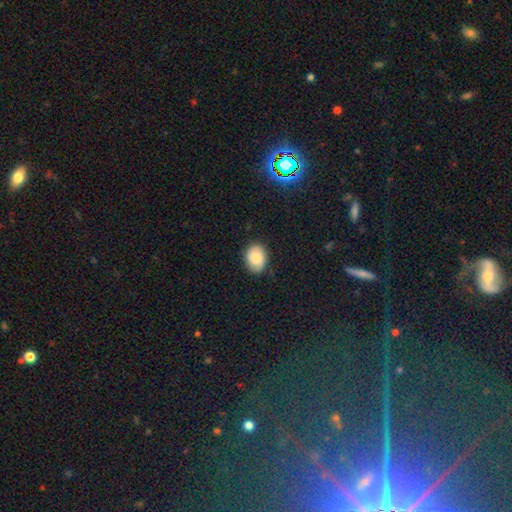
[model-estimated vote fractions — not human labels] smooth 76%, featured or disk 16%, star or artifact 8%. Down the decision tree: how rounded — in between (66%); merging — none (82%).